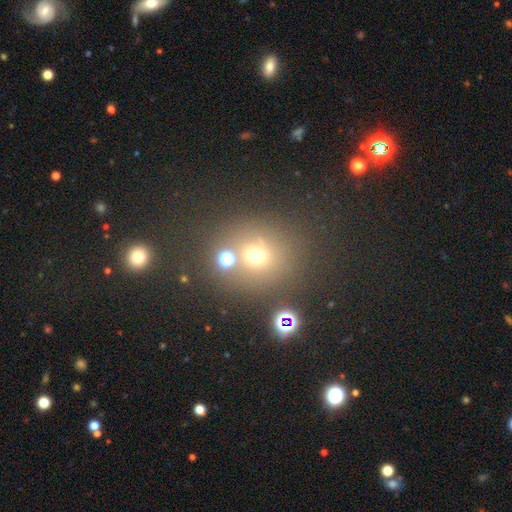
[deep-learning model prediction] A smooth galaxy with no disk features (60%) that is round (82%).

Vote fractions:
- Smooth or featured? smooth: 60% / star or artifact: 27% / featured or disk: 12%
- How rounded? round: 82% / in between: 17% / cigar-shaped: 1%
- Merging? none: 68% / merger: 15% / minor disturbance: 11% / major disturbance: 6%